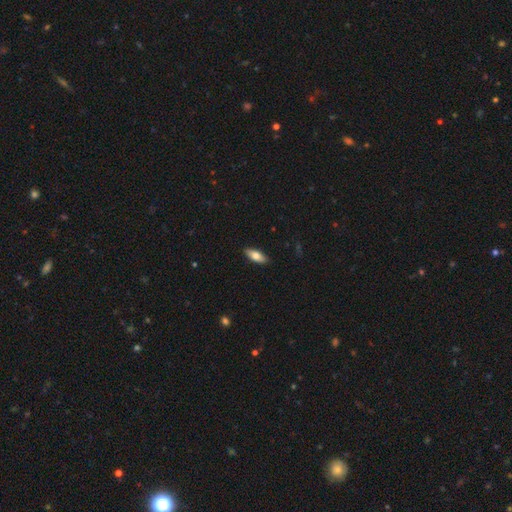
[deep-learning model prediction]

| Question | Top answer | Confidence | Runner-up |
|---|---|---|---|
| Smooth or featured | smooth | 76% | featured or disk (18%) |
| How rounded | in between | 77% | cigar-shaped (21%) |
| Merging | none | 89% | minor disturbance (8%) |